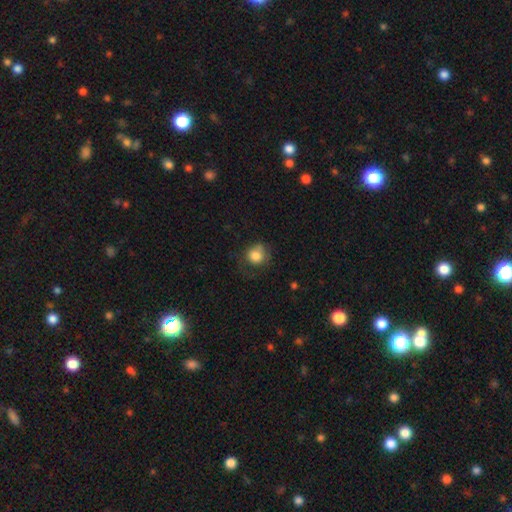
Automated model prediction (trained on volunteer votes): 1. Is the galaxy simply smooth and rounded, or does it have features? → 81% smooth, 10% featured or disk, 9% star or artifact.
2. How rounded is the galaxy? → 79% round, 20% in between, 1% cigar-shaped.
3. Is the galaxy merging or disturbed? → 50% none, 27% minor disturbance, 20% major disturbance, 2% merger.